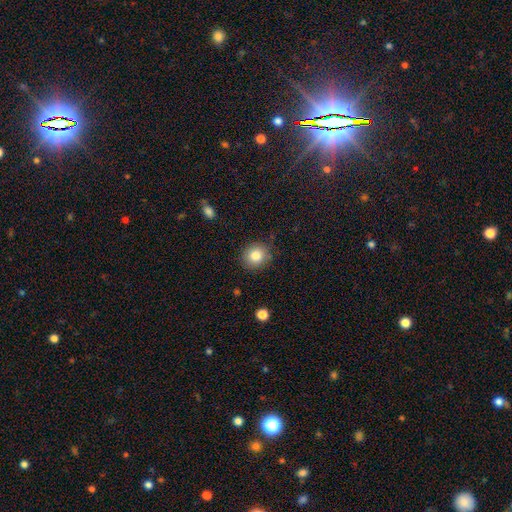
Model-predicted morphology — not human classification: Overall: smooth (82%). How rounded: round (84%). Merging: none (85%).